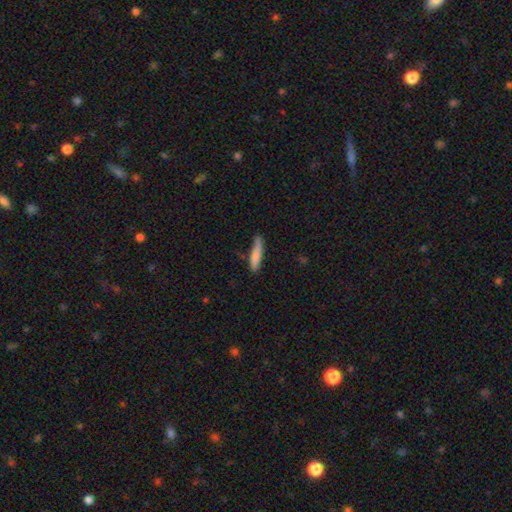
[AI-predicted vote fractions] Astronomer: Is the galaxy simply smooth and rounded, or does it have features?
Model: smooth — 80%.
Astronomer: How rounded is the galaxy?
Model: cigar-shaped — 84%.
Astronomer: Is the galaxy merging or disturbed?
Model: none — 63%.